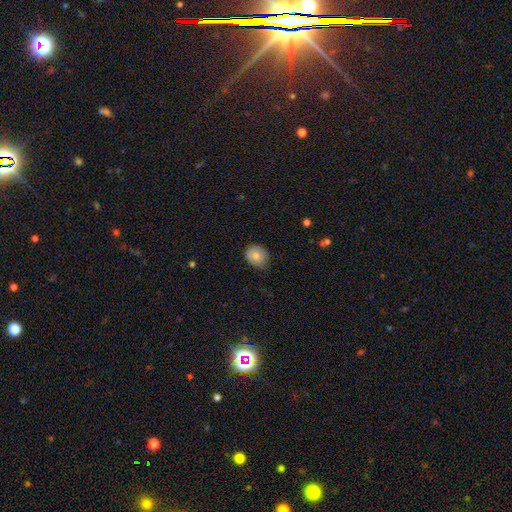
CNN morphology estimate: The model was most divided on "how rounded": round: 72%, in between: 27%, cigar-shaped: 1%. More confident: merging — none (80%); smooth or featured — smooth (78%).